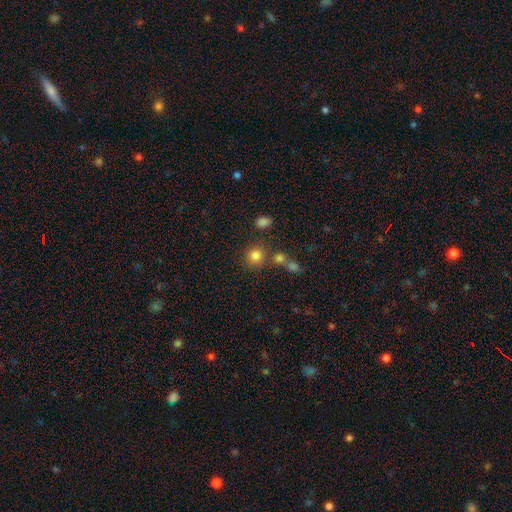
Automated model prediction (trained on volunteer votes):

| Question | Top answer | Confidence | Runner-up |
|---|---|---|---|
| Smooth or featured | smooth | 80% | star or artifact (13%) |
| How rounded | round | 88% | in between (11%) |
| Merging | none | 74% | merger (13%) |